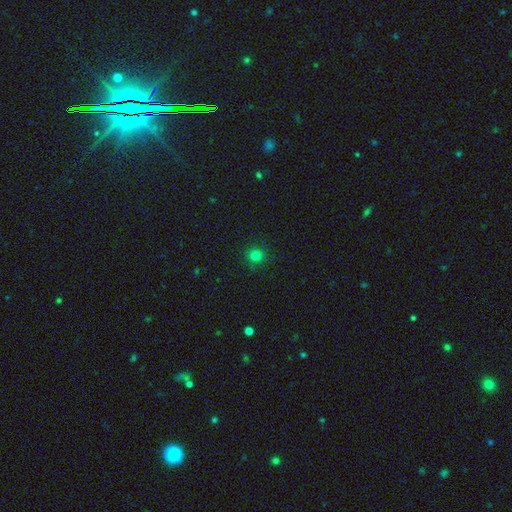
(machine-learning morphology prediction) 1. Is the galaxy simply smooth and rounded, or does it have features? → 79% smooth, 16% star or artifact, 5% featured or disk.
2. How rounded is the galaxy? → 93% round, 7% in between, 1% cigar-shaped.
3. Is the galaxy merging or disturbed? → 90% none, 7% minor disturbance, 2% major disturbance, 1% merger.